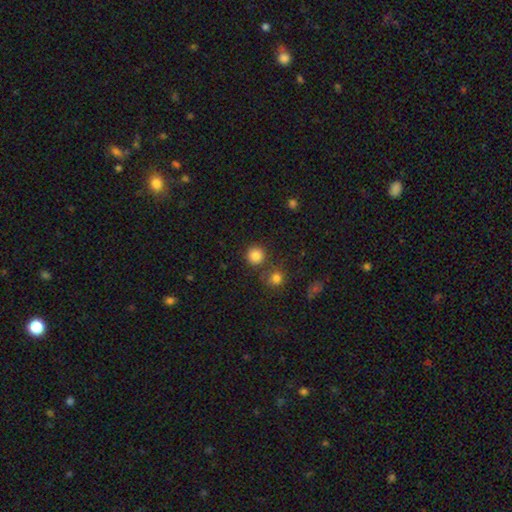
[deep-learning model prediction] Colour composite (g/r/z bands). It shows a smooth galaxy with no disk features (84%) that is round (93%). Merging: none (80%).